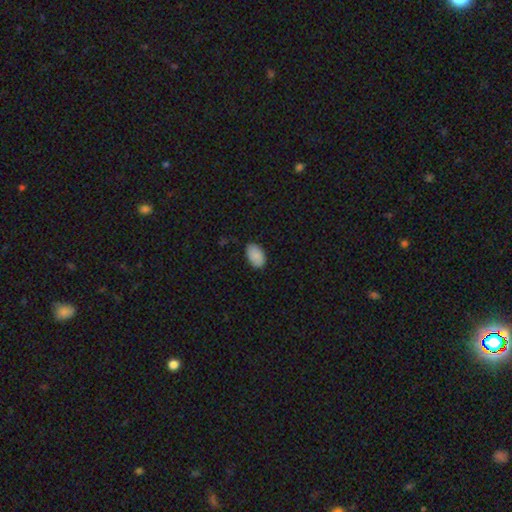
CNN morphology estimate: Smooth or featured? smooth (88%)
How rounded? in between (91%)
Merging? none (82%)